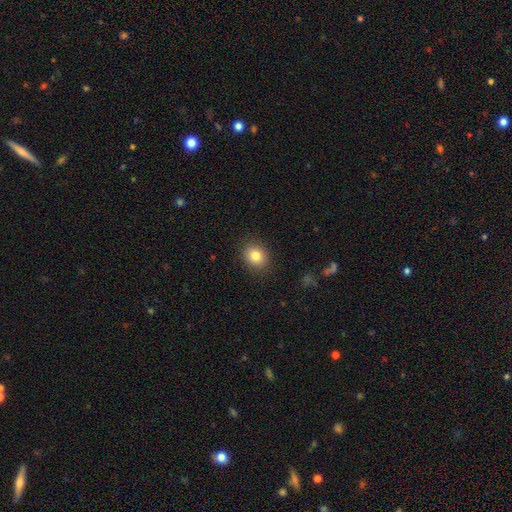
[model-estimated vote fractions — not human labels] This appears to be a smooth galaxy with no disk features (83%) that is round (56%). Merging: none (88%).